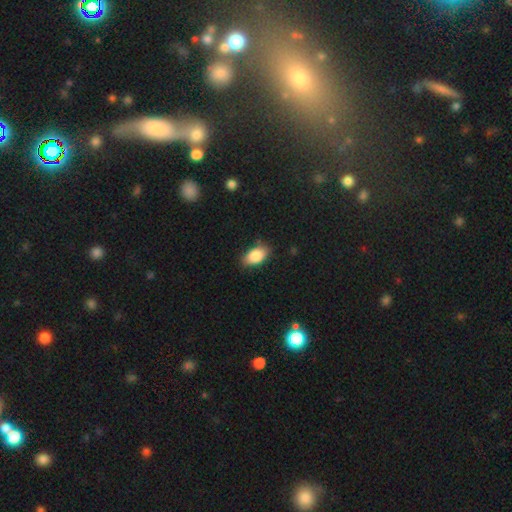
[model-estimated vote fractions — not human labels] Q: Smooth or featured?
A: smooth (86%); runner-up: star or artifact (7%)
Q: How rounded?
A: in between (92%); runner-up: round (6%)
Q: Merging?
A: none (80%); runner-up: minor disturbance (16%)